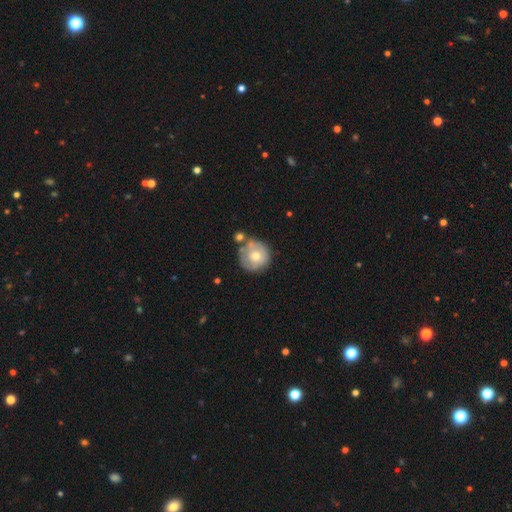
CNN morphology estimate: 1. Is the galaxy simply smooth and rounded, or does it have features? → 57% smooth, 36% featured or disk, 7% star or artifact.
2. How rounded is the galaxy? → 92% round, 7% in between, 1% cigar-shaped.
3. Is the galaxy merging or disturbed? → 59% none, 19% minor disturbance, 16% merger, 6% major disturbance.